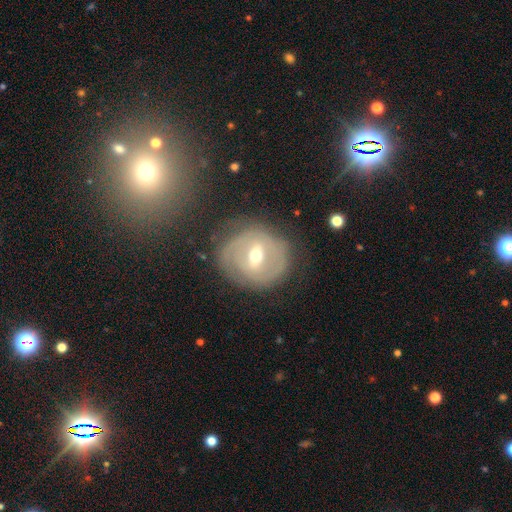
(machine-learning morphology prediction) A featured or disk galaxy (70%) with a weak bar (47%), spiral arms (62%) and a moderate central bulge (65%). Merging: none (75%).